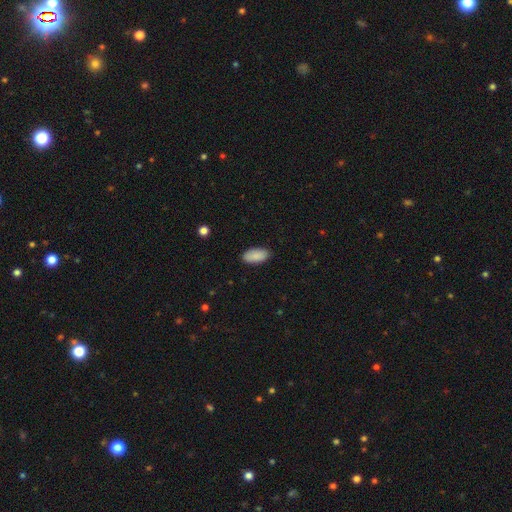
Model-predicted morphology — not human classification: Smooth or featured: smooth — 90% (star or artifact — 6%)
How rounded: in between — 94% (cigar-shaped — 4%)
Merging: none — 88% (minor disturbance — 9%)